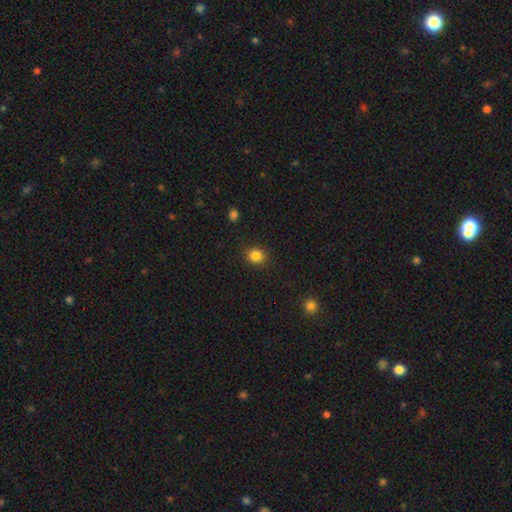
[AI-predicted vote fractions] Smooth or featured? smooth (84%)
How rounded? round (83%)
Merging? none (88%)